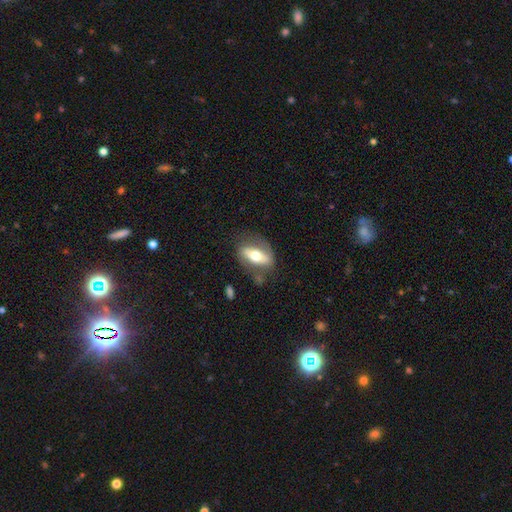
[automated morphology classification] smooth_or_featured: featured or disk (p=0.53) [alt: smooth p=0.41]
disk_edge_on: no (p=0.76) [alt: yes p=0.24]
merging: none (p=0.63) [alt: minor disturbance p=0.21]